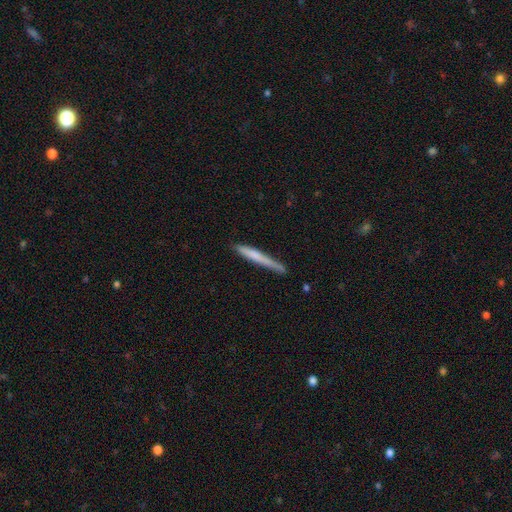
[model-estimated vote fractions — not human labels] Morphology: type=smooth (62%); roundness=cigar-shaped (96%); merging=none (77%).